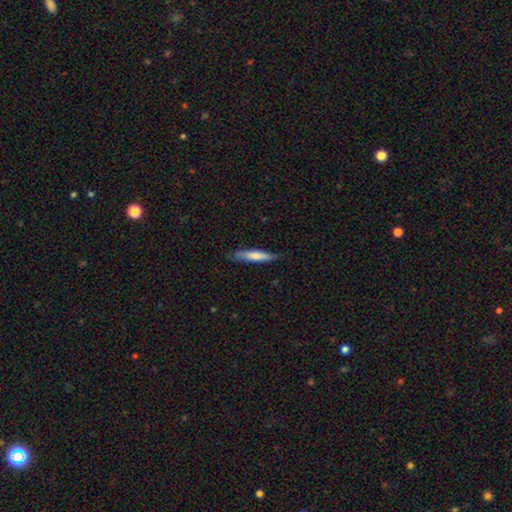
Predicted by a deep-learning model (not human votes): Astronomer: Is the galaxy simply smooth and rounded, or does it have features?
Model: smooth — 70%.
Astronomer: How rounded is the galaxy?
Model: cigar-shaped — 87%.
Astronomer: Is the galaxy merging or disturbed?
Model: none — 80%.